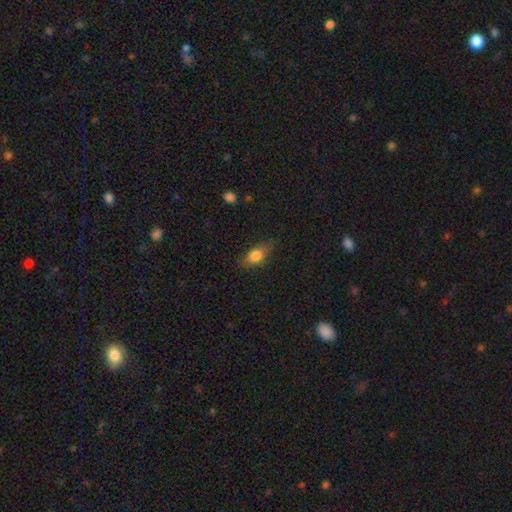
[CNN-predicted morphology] Smooth or featured? smooth (78%)
How rounded? in between (79%)
Merging? none (76%)